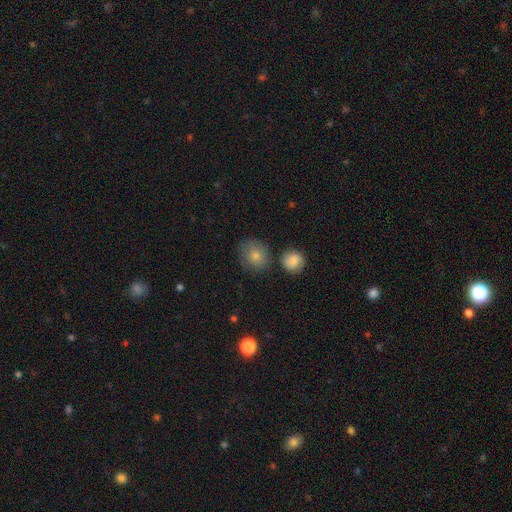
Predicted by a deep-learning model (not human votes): This appears to be a smooth galaxy with no disk features (82%) that is round (70%). Merging: none (69%).